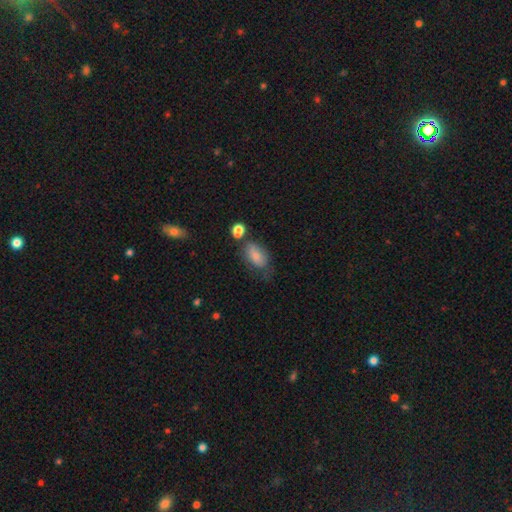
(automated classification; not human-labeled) Smooth or featured? smooth (79%)
How rounded? in between (90%)
Merging? none (48%)